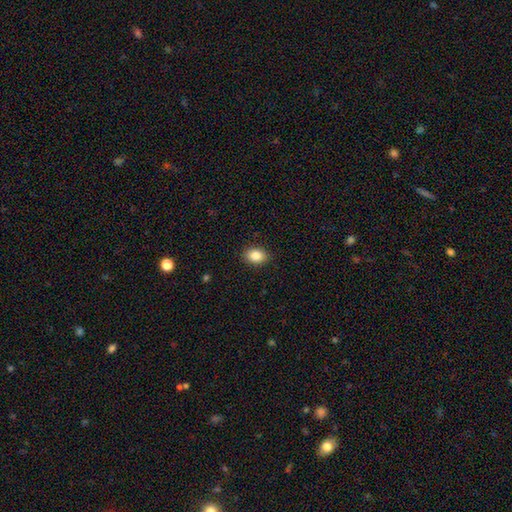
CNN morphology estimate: Smooth or featured?
  - smooth: 86% *
  - star or artifact: 9%
  - featured or disk: 6%
How rounded?
  - in between: 73% *
  - round: 26%
  - cigar-shaped: 1%
Merging?
  - none: 89% *
  - minor disturbance: 8%
  - major disturbance: 2%
  - merger: 1%